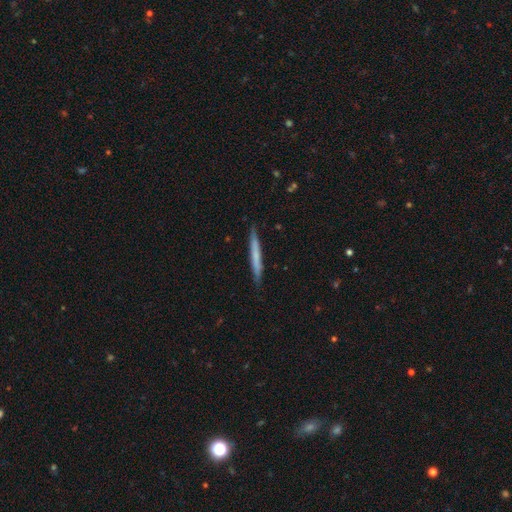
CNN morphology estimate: smooth 57%, featured or disk 37%, star or artifact 6%. Down the decision tree: how rounded — cigar-shaped (97%); merging — none (88%).